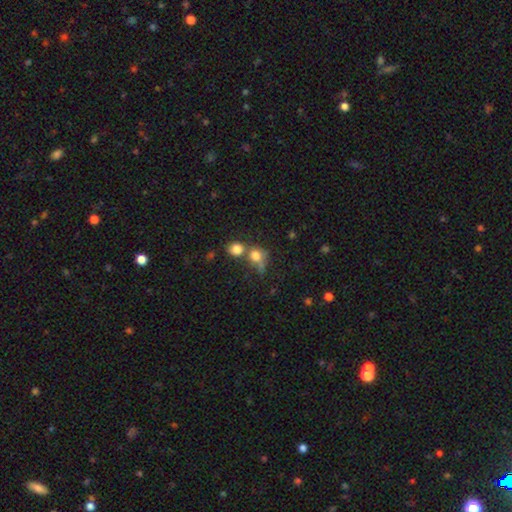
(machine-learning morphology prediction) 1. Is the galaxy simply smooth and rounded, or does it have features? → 76% smooth, 13% star or artifact, 12% featured or disk.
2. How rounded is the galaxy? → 70% round, 28% in between, 2% cigar-shaped.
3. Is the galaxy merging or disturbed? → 46% merger, 34% none, 12% minor disturbance, 9% major disturbance.